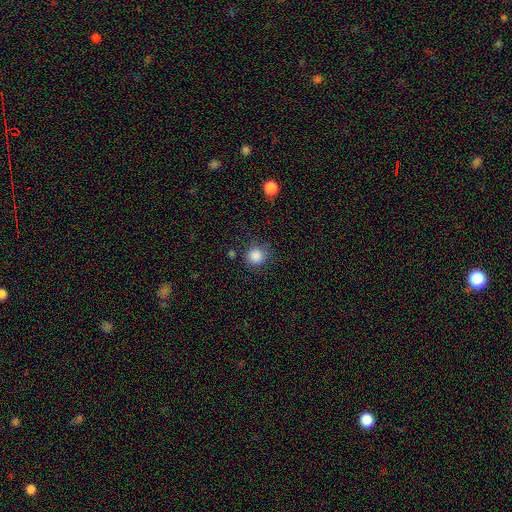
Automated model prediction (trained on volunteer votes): Smooth or featured? Predicted: smooth (p=0.86). How rounded? Predicted: round (p=0.92). Merging? Predicted: none (p=0.81).